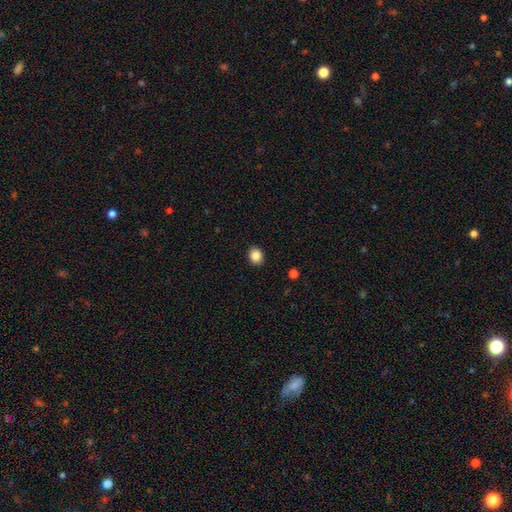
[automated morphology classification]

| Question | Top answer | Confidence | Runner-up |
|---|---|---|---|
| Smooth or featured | smooth | 86% | star or artifact (10%) |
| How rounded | round | 66% | in between (33%) |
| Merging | none | 91% | minor disturbance (6%) |